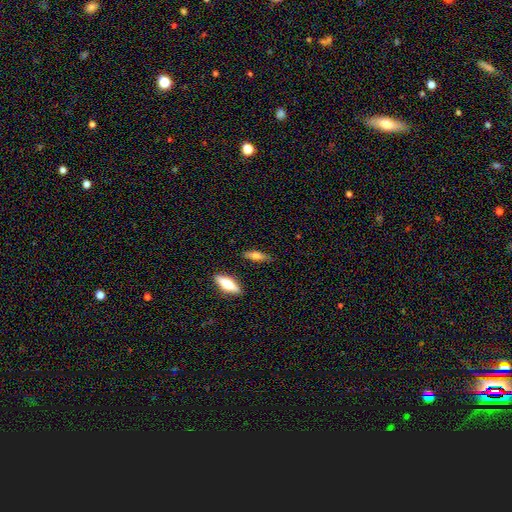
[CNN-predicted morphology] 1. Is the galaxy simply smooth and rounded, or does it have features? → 66% smooth, 27% featured or disk, 8% star or artifact.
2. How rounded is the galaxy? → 52% cigar-shaped, 45% in between, 3% round.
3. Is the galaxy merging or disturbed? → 78% none, 15% minor disturbance, 3% major disturbance, 3% merger.